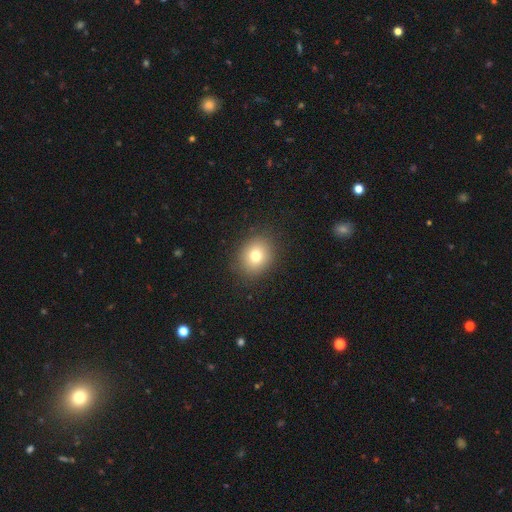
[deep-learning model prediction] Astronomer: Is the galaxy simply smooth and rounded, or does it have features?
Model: smooth — 76%.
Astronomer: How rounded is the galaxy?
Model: round — 63%.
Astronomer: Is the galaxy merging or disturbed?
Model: none — 87%.